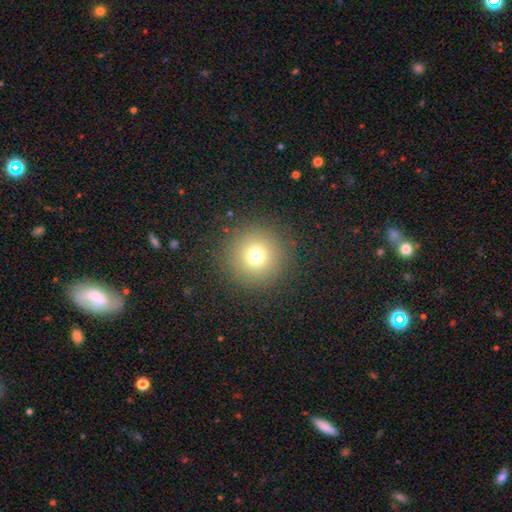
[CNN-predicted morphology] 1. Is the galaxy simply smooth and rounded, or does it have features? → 72% smooth, 17% star or artifact, 10% featured or disk.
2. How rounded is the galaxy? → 96% round, 3% in between, 1% cigar-shaped.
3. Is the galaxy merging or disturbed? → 89% none, 6% minor disturbance, 4% major disturbance, 1% merger.